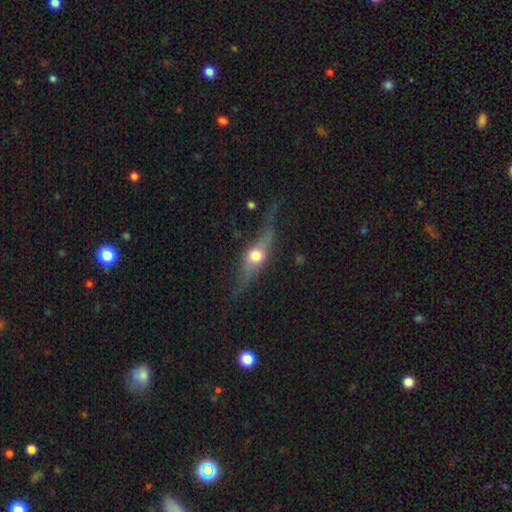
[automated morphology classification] Smooth or featured? Predicted: featured or disk (p=0.65). Edge-on disk? Predicted: yes (p=0.86). Edge-on bulge? Predicted: rounded (p=0.94). Merging? Predicted: none (p=0.64).